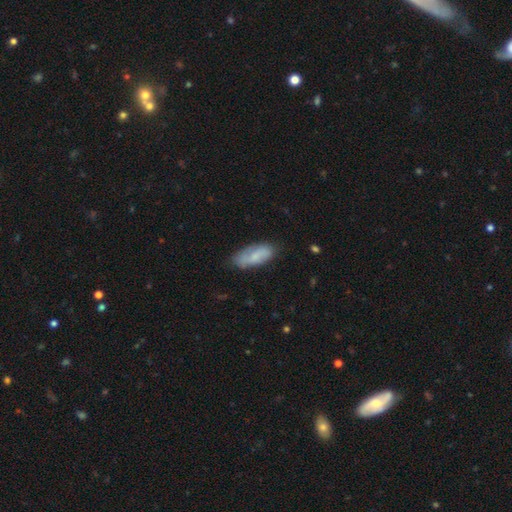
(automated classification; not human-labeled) Q: Smooth or featured?
A: smooth (66%); runner-up: featured or disk (27%)
Q: How rounded?
A: in between (80%); runner-up: cigar-shaped (18%)
Q: Merging?
A: none (71%); runner-up: minor disturbance (22%)